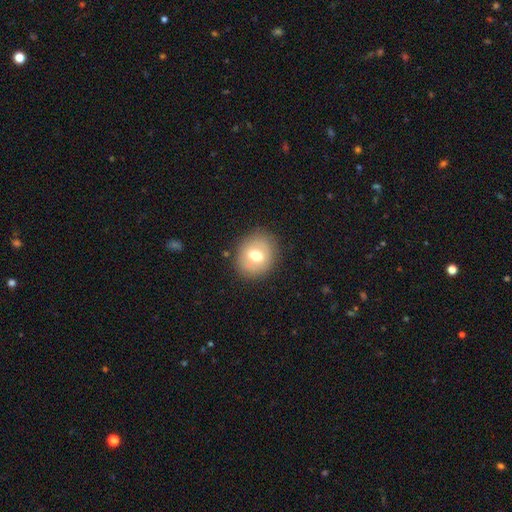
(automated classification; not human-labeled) Smooth or featured? smooth (65%)
How rounded? round (69%)
Merging? none (84%)